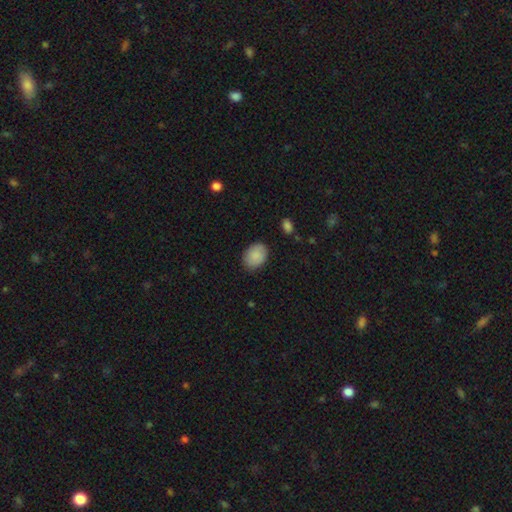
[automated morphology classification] Smooth or featured: smooth — 89% (star or artifact — 7%)
How rounded: in between — 77% (round — 22%)
Merging: none — 84% (minor disturbance — 12%)